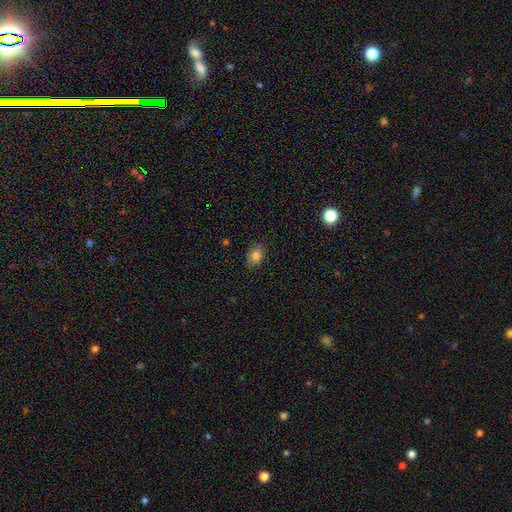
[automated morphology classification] Overall: smooth (82%). How rounded: in between (75%). Merging: none (83%).